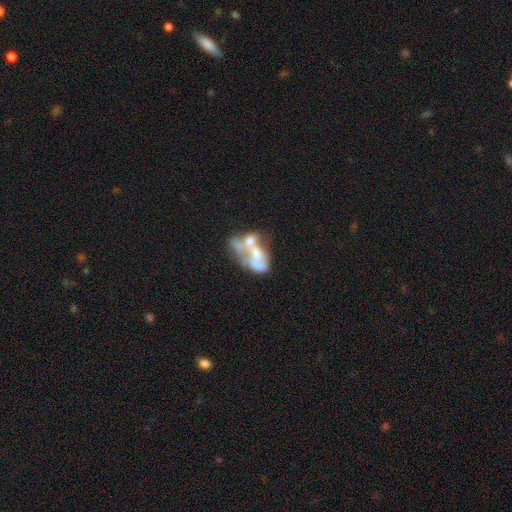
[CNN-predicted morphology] This is possibly a featured or disk galaxy (59%). It is clearly not viewed edge-on (97%). Bar: clearly no (85%). Spiral arm pattern: clearly no (84%). Central bulge: marginally none (44%). Merging: possibly merger (59%).